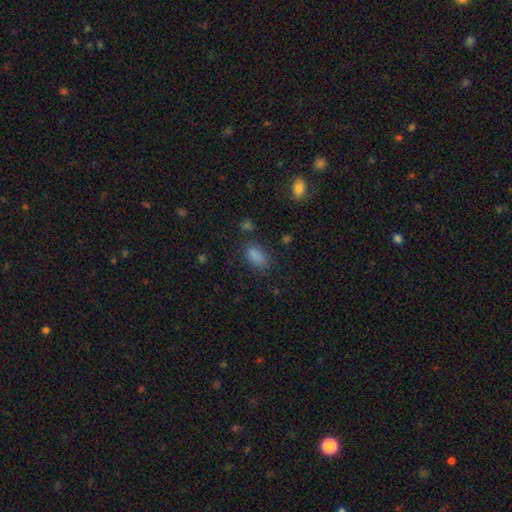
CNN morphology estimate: Smooth or featured? Predicted: smooth (p=0.83). How rounded? Predicted: in between (p=0.90). Merging? Predicted: none (p=0.73).